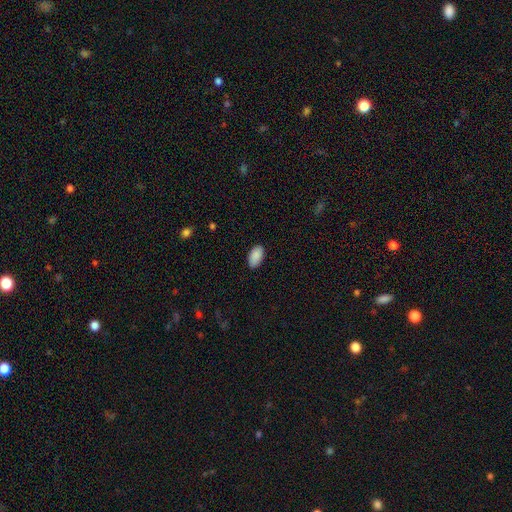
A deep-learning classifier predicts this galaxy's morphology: This appears to be a smooth galaxy with no disk features (90%) that is in between round and cigar-shaped (95%). Merging: none (86%).